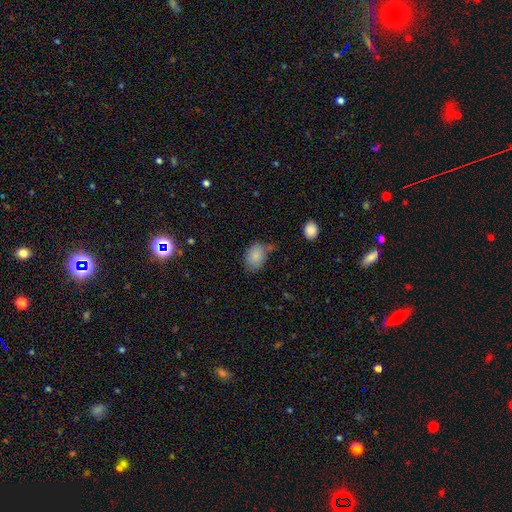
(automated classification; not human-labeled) Smooth or featured? smooth (86%)
How rounded? in between (75%)
Merging? none (61%)